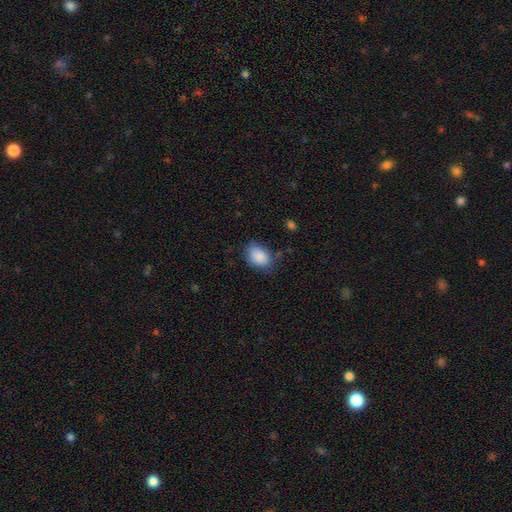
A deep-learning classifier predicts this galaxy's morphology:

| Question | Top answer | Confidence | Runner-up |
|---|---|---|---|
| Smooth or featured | smooth | 88% | star or artifact (8%) |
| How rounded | in between | 83% | round (16%) |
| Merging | none | 67% | minor disturbance (25%) |